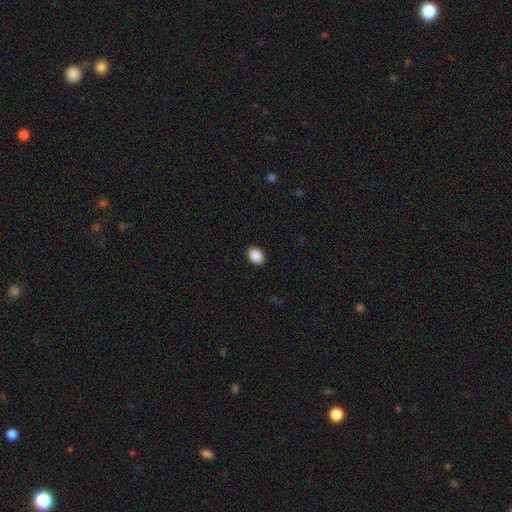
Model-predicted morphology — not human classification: Smooth or featured?
  - smooth: 89% *
  - star or artifact: 8%
  - featured or disk: 3%
How rounded?
  - in between: 66% *
  - round: 33%
  - cigar-shaped: 1%
Merging?
  - none: 91% *
  - minor disturbance: 6%
  - major disturbance: 2%
  - merger: 1%